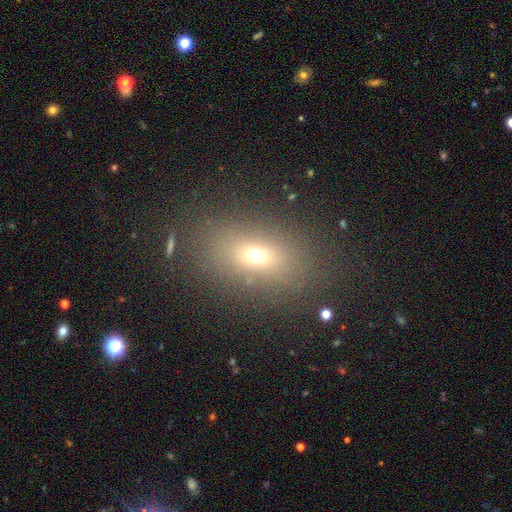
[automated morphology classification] Smooth or featured? smooth (65%)
How rounded? in between (70%)
Merging? none (80%)